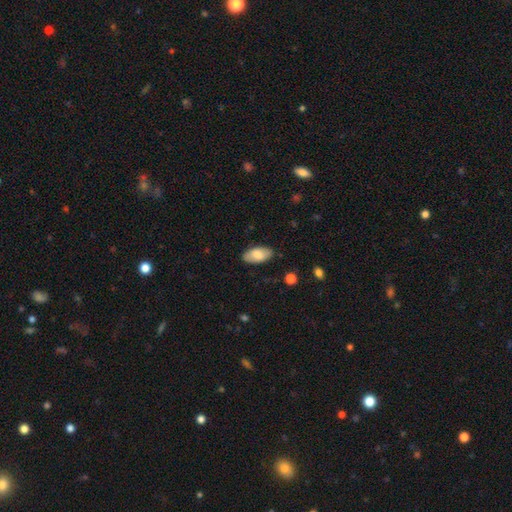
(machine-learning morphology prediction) A smooth galaxy with no disk features (79%) that is in between round and cigar-shaped (94%).

Vote fractions:
- Smooth or featured? smooth: 79% / featured or disk: 15% / star or artifact: 6%
- How rounded? in between: 94% / cigar-shaped: 4% / round: 2%
- Merging? none: 85% / minor disturbance: 11% / major disturbance: 2% / merger: 1%